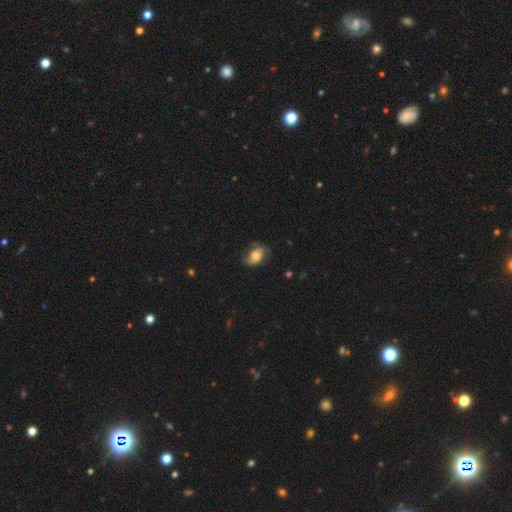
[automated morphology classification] smooth-or-featured: smooth: 55% | featured or disk: 36% | star or artifact: 9%
  how-rounded: in between: 83% | round: 16% | cigar-shaped: 2%
  merging: none: 61% | minor disturbance: 28% | major disturbance: 10% | merger: 2%